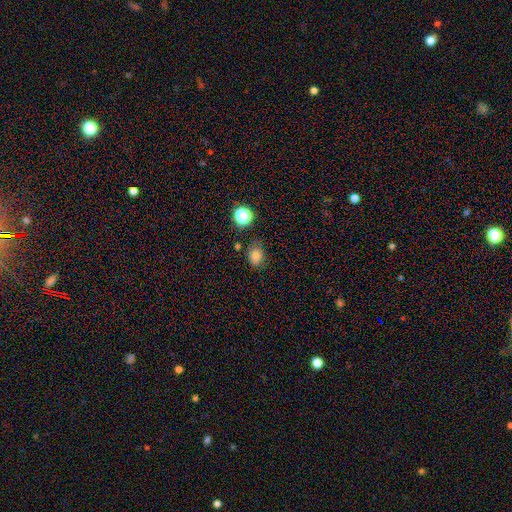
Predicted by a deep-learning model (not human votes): Smooth or featured? smooth (77%)
How rounded? in between (56%)
Merging? none (74%)